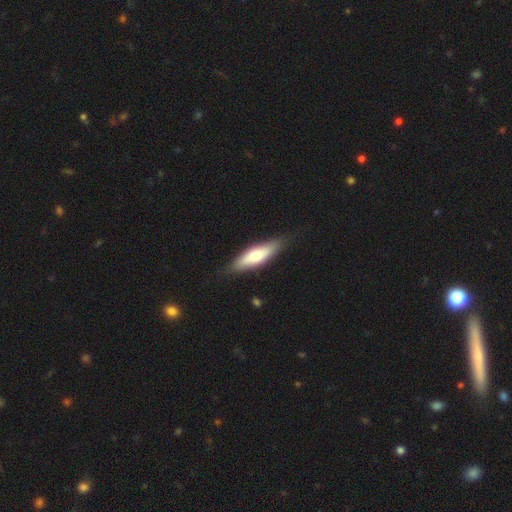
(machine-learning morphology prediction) smooth-or-featured: smooth: 60% | featured or disk: 34% | star or artifact: 5%
  how-rounded: cigar-shaped: 52% | in between: 46% | round: 2%
  merging: none: 82% | minor disturbance: 13% | major disturbance: 3% | merger: 1%